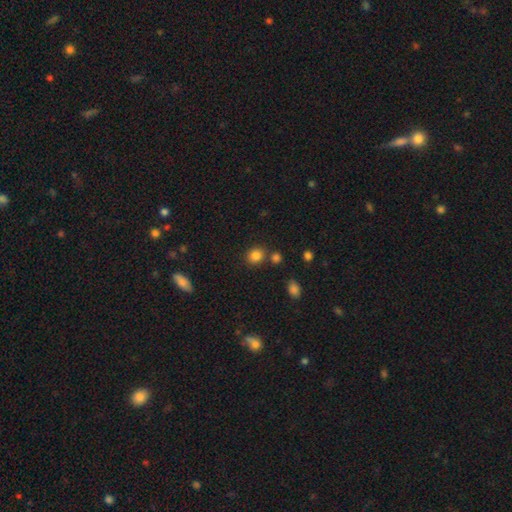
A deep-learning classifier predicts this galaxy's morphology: A smooth galaxy with no disk features (84%) that is round (76%). Merging: none (76%).